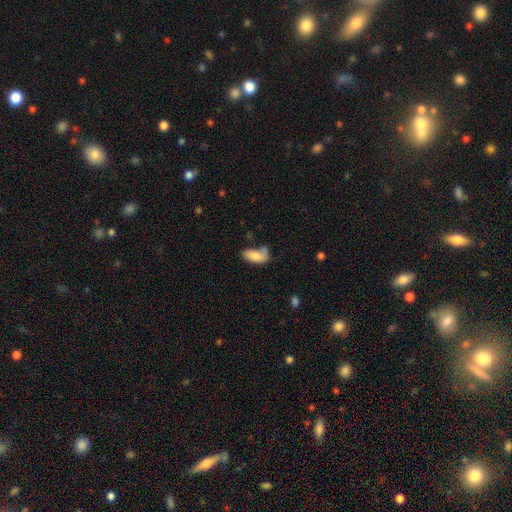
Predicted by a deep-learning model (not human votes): Morphology: type=smooth (82%); roundness=in between (90%); merging=none (45%).